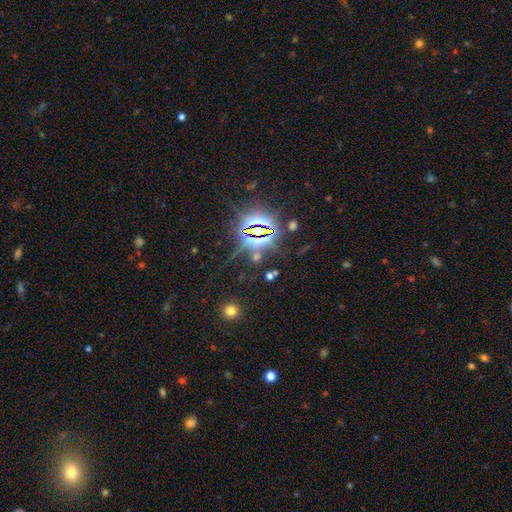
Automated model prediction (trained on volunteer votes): Smooth or featured: star or artifact — 81% (smooth — 11%)